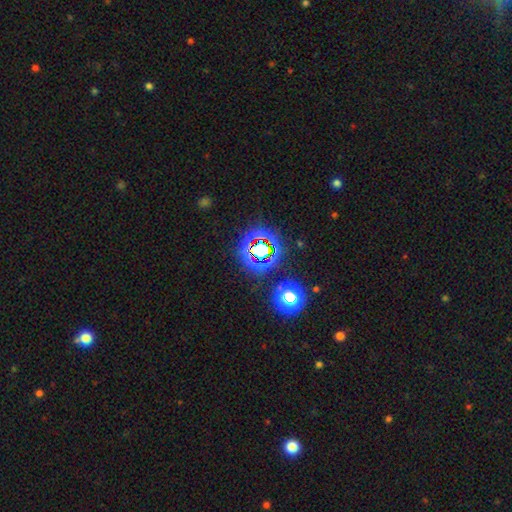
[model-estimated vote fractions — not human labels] Smooth or featured?
  - star or artifact: 76% *
  - smooth: 15%
  - featured or disk: 9%